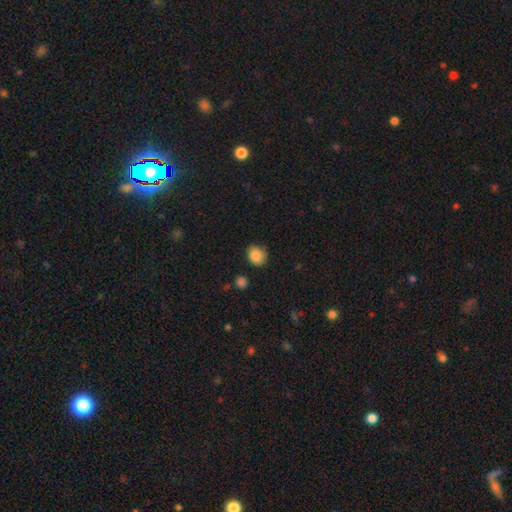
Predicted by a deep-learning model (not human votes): smooth_or_featured: smooth (p=0.85) [alt: star or artifact p=0.09]
how_rounded: round (p=0.58) [alt: in between p=0.41]
merging: none (p=0.80) [alt: minor disturbance p=0.15]